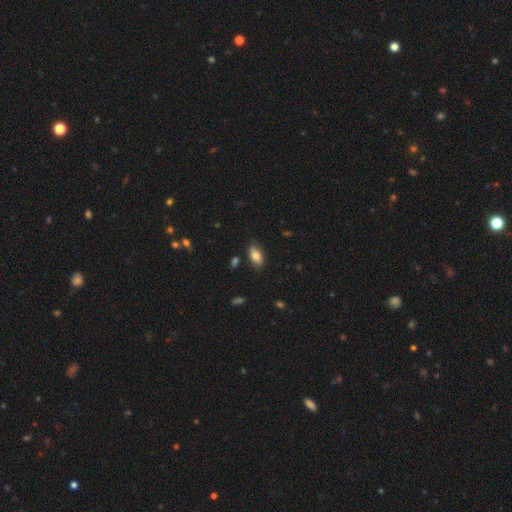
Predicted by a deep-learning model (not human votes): Smooth or featured? Predicted: smooth (p=0.80). How rounded? Predicted: in between (p=0.90). Merging? Predicted: none (p=0.82).